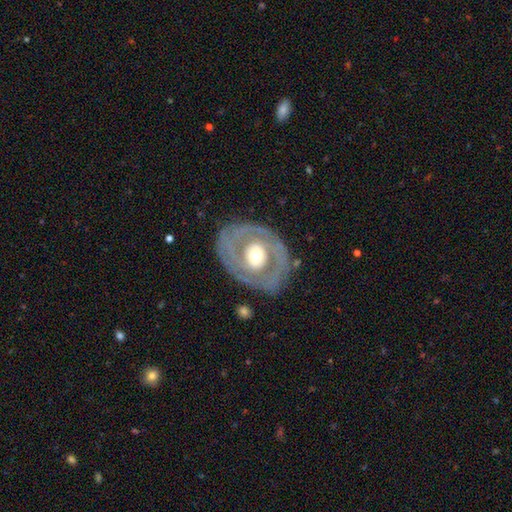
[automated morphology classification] Smooth or featured?
  - featured or disk: 71% *
  - smooth: 24%
  - star or artifact: 5%
Edge-on disk?
  - no: 95% *
  - yes: 5%
Bar?
  - no: 73% *
  - weak: 19%
  - strong: 8%
Spiral arms?
  - no: 58% *
  - yes: 42%
Bulge size?
  - moderate: 65% *
  - large: 20%
  - small: 12%
  - dominant: 2%
  - none: 1%
Merging?
  - none: 78% *
  - minor disturbance: 13%
  - major disturbance: 7%
  - merger: 2%